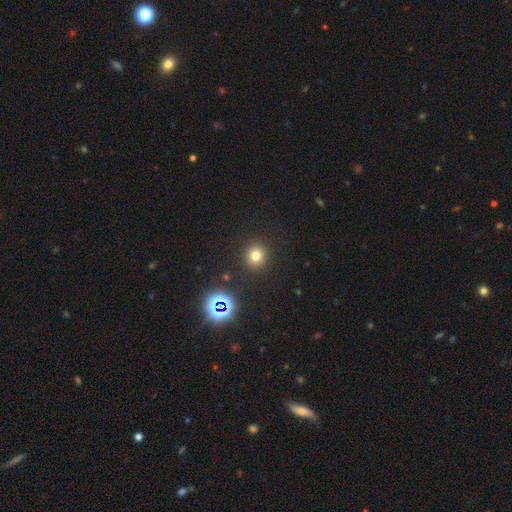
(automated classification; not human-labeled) Overall: smooth (74%). How rounded: round (90%). Merging: none (90%).